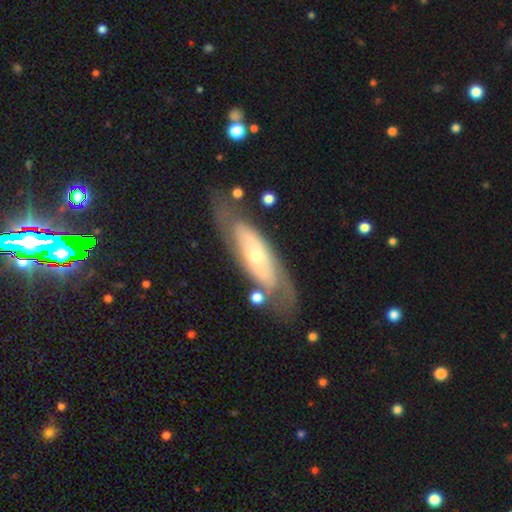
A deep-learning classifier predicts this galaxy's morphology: Smooth or featured? featured or disk (64%)
Edge-on disk? no (75%)
Merging? none (68%)